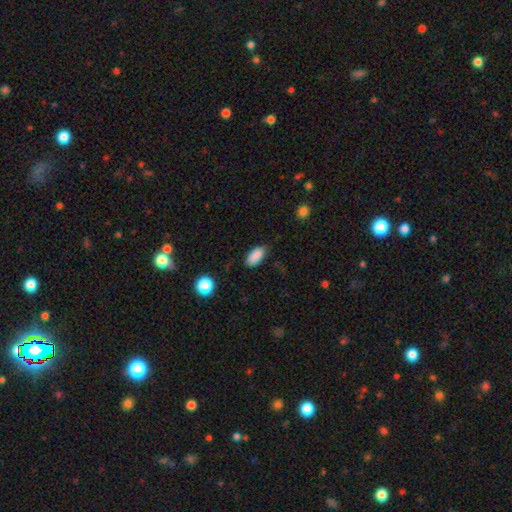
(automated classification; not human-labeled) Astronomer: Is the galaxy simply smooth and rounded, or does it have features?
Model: smooth — 88%.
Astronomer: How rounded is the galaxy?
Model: in between — 92%.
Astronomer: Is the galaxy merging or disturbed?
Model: none — 80%.